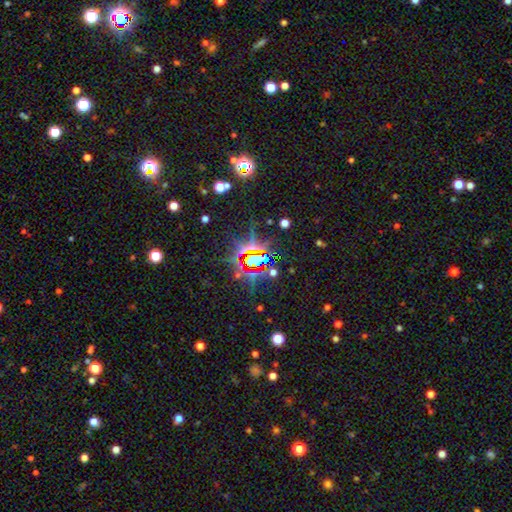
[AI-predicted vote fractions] Smooth or featured: star or artifact — 78% (smooth — 12%)